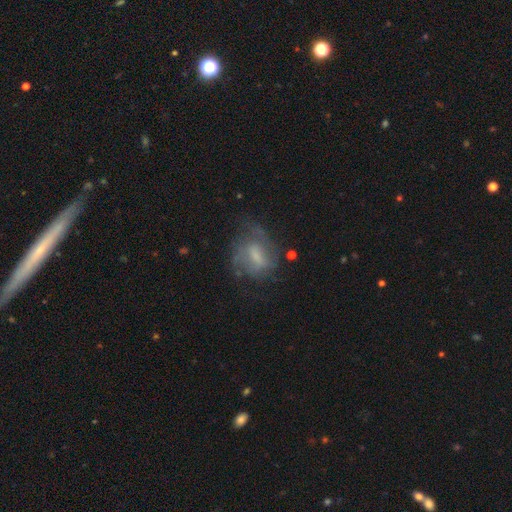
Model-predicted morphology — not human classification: type=featured or disk (53%); edge-on=no (95%); bar=weak (48%); spiral arms=yes (59%); bulge=moderate (34%); merging=none (49%).